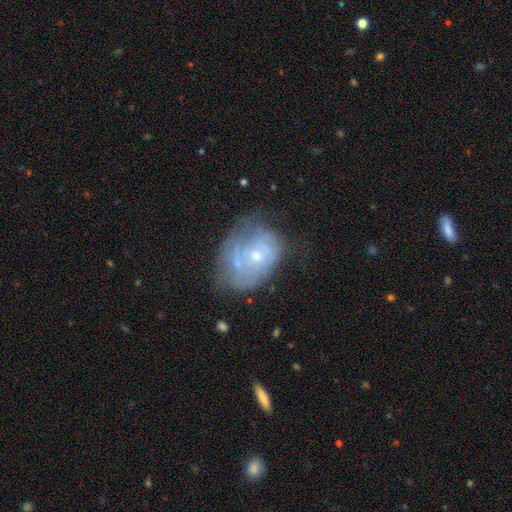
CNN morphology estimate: type=featured or disk (62%); edge-on=no (97%); bar=no (82%); spiral arms=yes (54%); bulge=small (60%); merging=none (39%).